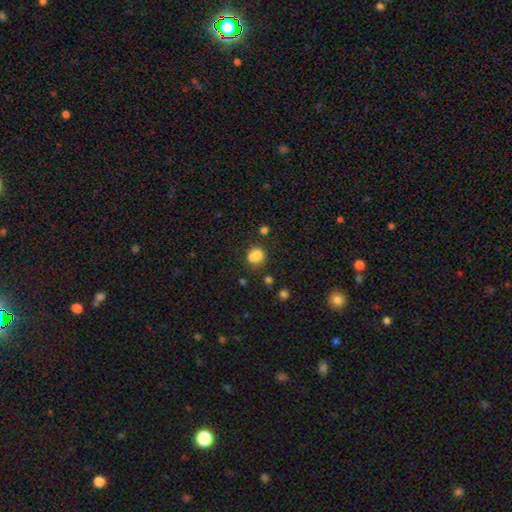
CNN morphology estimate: The model was most divided on "merging": none: 42%, merger: 39%, minor disturbance: 13%, major disturbance: 5%. More confident: smooth or featured — smooth (75%); how rounded — round (66%).